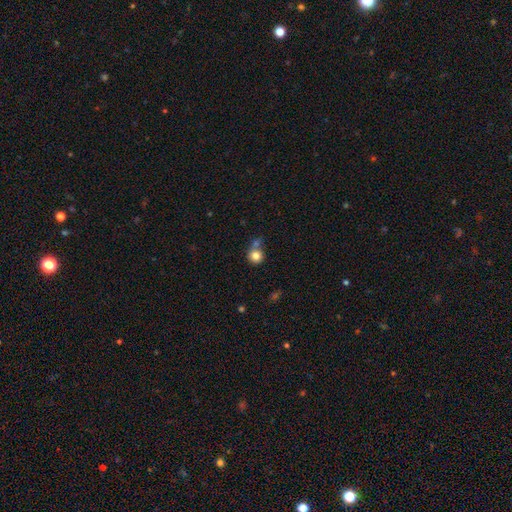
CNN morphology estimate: Smooth or featured? Predicted: smooth (p=0.81). How rounded? Predicted: round (p=0.89). Merging? Predicted: none (p=0.54).